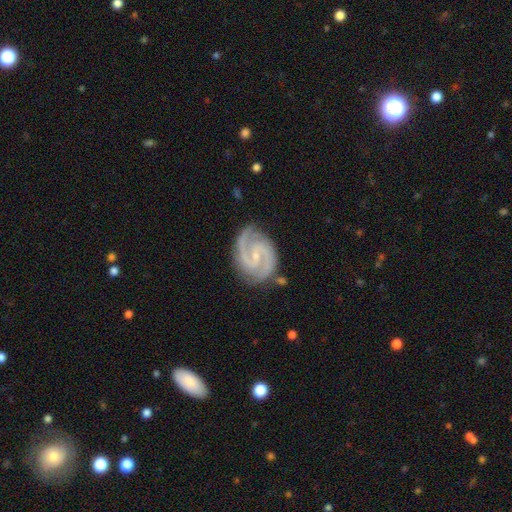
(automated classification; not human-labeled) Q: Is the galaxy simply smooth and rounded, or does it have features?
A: featured or disk — 93%.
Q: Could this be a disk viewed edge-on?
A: no — 98%.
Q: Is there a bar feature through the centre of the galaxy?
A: weak — 48%.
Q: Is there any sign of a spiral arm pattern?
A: yes — 99%.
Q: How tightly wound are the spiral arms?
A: medium — 56%.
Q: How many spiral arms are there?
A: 2 — 91%.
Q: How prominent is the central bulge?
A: small — 77%.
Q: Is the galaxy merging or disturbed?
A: none — 80%.